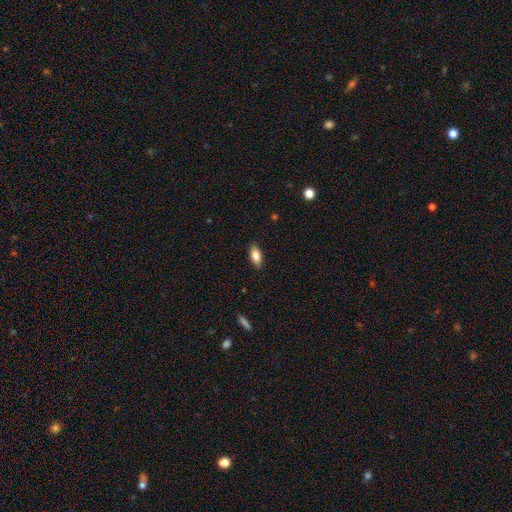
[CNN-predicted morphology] This appears to be a smooth galaxy with no disk features (81%) that is in between round and cigar-shaped (87%). Merging: none (86%).